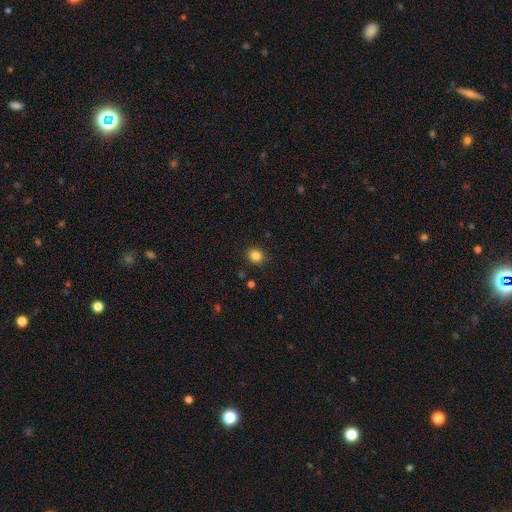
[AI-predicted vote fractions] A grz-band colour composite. It shows a smooth galaxy with no disk features (84%) that is round (75%). Merging: none (90%).